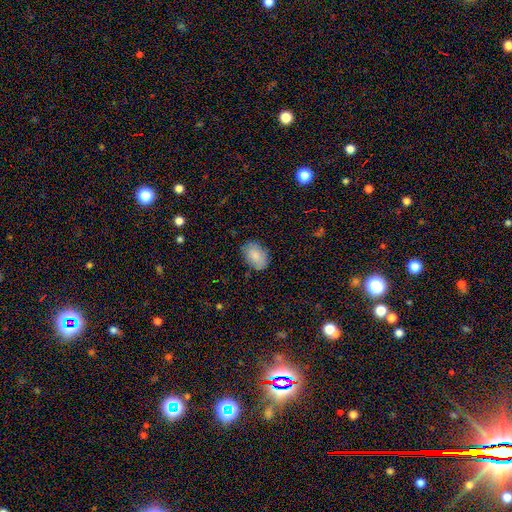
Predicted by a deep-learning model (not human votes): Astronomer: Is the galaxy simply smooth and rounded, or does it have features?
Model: smooth — 85%.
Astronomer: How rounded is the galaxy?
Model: in between — 84%.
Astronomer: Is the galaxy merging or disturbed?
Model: none — 80%.